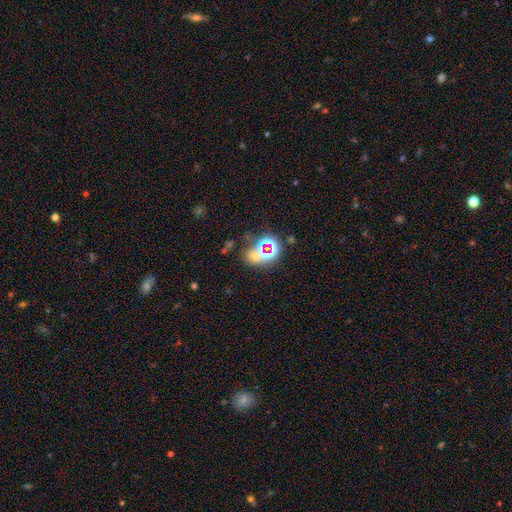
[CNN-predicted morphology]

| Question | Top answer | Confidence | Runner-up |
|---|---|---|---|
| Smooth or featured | star or artifact | 49% | smooth (37%) |